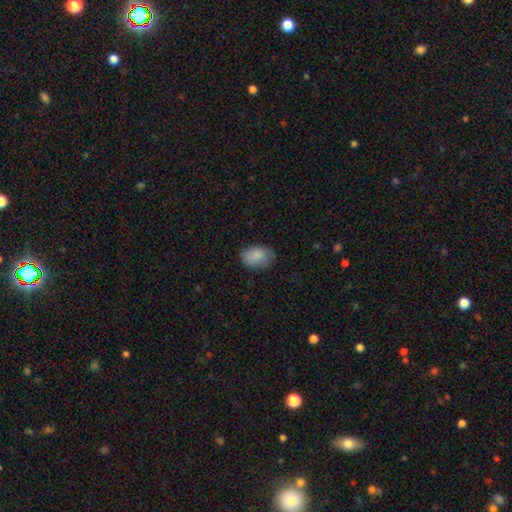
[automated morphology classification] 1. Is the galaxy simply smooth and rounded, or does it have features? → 86% smooth, 7% star or artifact, 7% featured or disk.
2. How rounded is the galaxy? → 82% in between, 17% round, 1% cigar-shaped.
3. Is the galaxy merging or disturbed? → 71% none, 23% minor disturbance, 5% major disturbance, 1% merger.